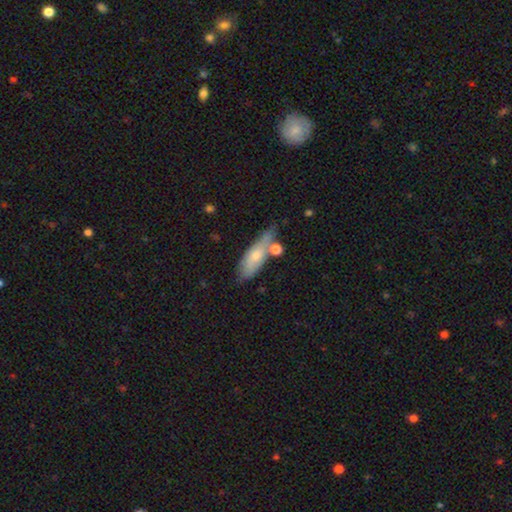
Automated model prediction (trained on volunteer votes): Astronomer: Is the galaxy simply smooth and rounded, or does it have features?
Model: smooth — 62%.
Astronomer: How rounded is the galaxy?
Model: in between — 55% (runner-up: cigar-shaped, 42%).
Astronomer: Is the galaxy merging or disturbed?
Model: none — 55%.